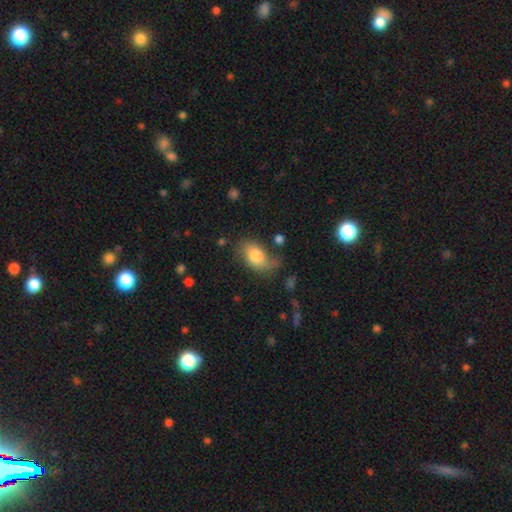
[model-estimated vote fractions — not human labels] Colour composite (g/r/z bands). It shows a smooth galaxy with no disk features (71%) that is in between round and cigar-shaped (89%). Merging: none (50%).